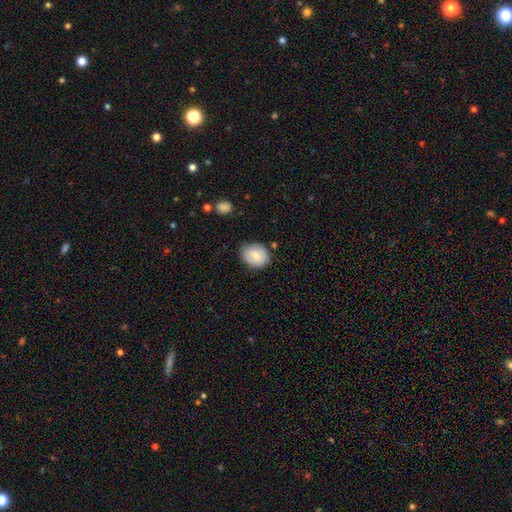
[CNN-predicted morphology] Smooth or featured? smooth (75%)
How rounded? round (66%)
Merging? none (78%)